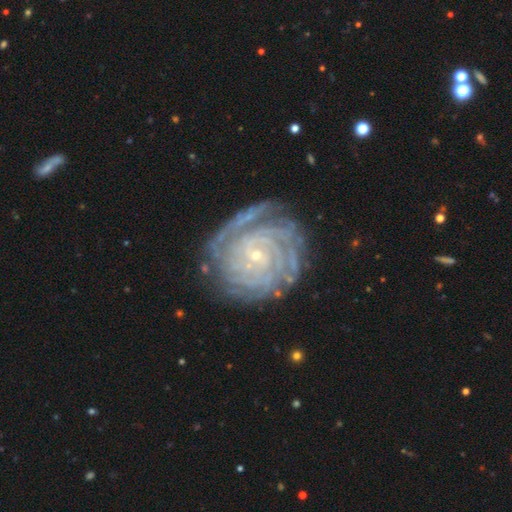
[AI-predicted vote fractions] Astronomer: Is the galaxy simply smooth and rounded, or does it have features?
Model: featured or disk — 90%.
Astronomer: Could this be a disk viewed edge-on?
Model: no — 98%.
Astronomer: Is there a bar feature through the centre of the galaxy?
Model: no — 68%.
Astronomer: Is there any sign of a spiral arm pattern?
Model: yes — 98%.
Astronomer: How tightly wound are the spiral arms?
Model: tight — 87%.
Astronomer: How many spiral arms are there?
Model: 4 — 25% (runner-up: more than 4, 21%).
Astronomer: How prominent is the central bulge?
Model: small — 87%.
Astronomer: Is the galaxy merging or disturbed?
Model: none — 76%.